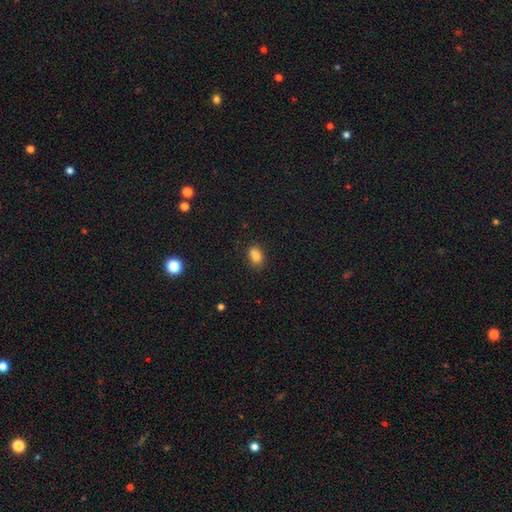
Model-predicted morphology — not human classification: A smooth galaxy with no disk features (81%) that is in between round and cigar-shaped (78%). Merging: none (71%).